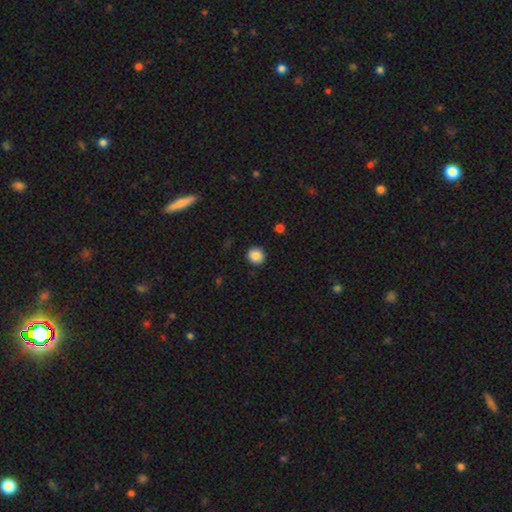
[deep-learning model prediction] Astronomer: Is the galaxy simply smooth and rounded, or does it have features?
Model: smooth — 87%.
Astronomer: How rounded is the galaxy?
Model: round — 87%.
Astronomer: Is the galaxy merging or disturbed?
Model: none — 91%.